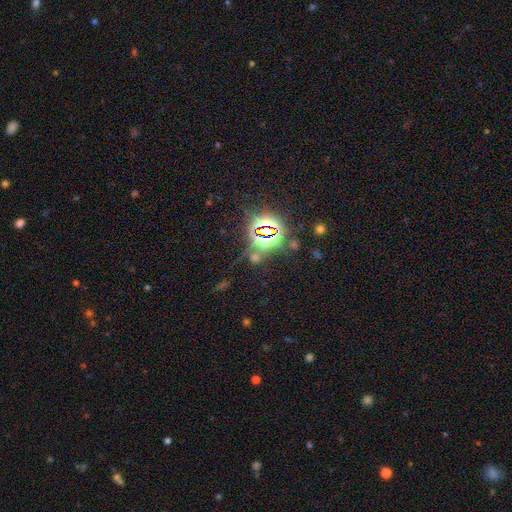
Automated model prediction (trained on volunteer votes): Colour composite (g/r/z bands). It shows a star or artifact, not a galaxy (79%).